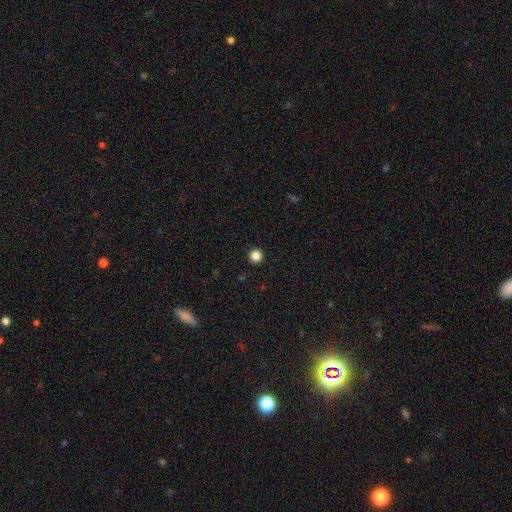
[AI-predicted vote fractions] smooth_or_featured: smooth (p=0.86) [alt: star or artifact p=0.11]
how_rounded: round (p=0.96) [alt: in between p=0.03]
merging: none (p=0.94) [alt: minor disturbance p=0.04]